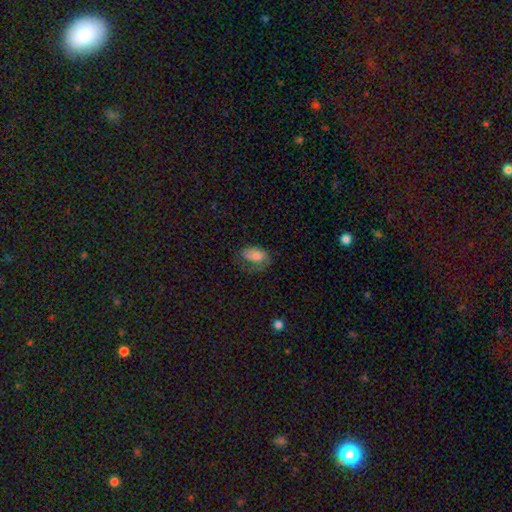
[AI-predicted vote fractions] Smooth or featured? smooth (69%)
How rounded? in between (90%)
Merging? none (41%)